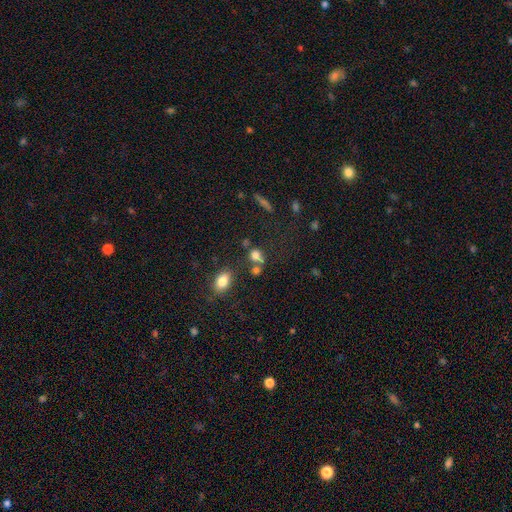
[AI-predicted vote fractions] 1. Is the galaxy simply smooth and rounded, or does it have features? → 74% smooth, 15% star or artifact, 11% featured or disk.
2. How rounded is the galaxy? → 56% round, 41% in between, 3% cigar-shaped.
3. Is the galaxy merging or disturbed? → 44% none, 35% merger, 14% minor disturbance, 7% major disturbance.